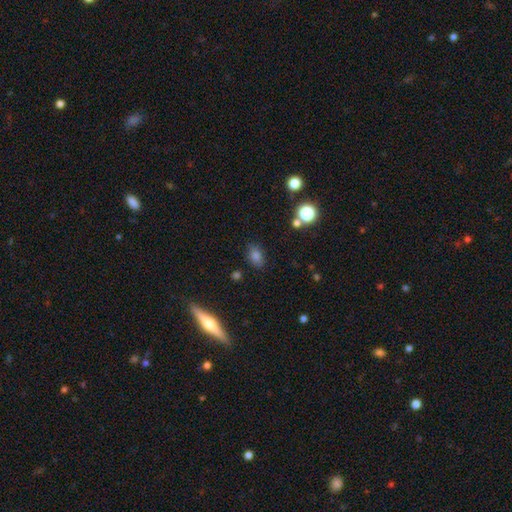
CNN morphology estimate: This is likely a smooth galaxy (77%). How rounded: likely in between (75%). Merging: clearly none (83%).